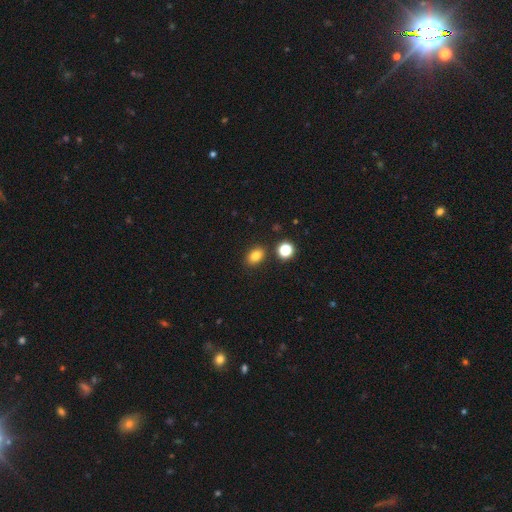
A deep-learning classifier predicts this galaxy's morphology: Q: Smooth or featured?
A: smooth (82%); runner-up: star or artifact (12%)
Q: How rounded?
A: in between (74%); runner-up: round (24%)
Q: Merging?
A: none (83%); runner-up: minor disturbance (9%)